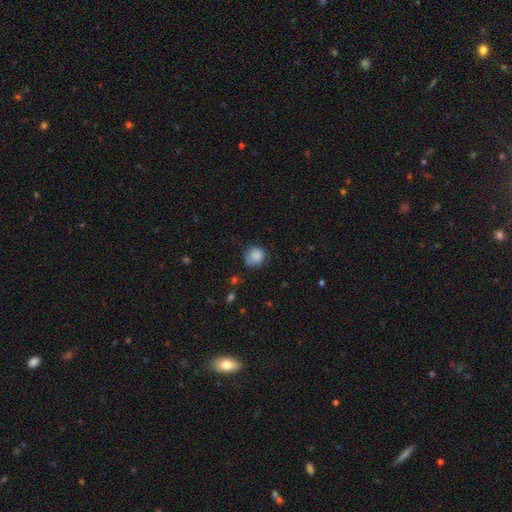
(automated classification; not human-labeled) smooth 84%, star or artifact 9%, featured or disk 7%. Down the decision tree: how rounded — round (85%); merging — none (61%).